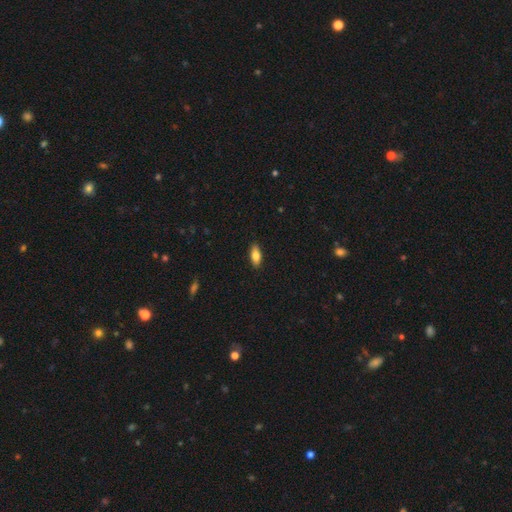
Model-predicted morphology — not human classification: This appears to be a smooth galaxy with no disk features (80%) that is in between round and cigar-shaped (81%). Merging: none (88%).